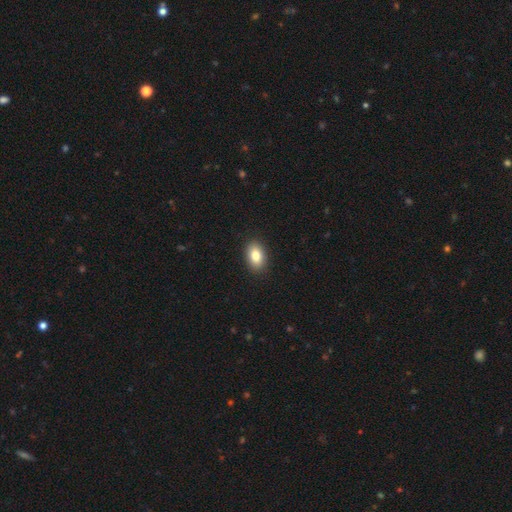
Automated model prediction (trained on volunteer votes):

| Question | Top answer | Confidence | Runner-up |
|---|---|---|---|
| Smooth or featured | smooth | 83% | featured or disk (9%) |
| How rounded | in between | 88% | round (10%) |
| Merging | none | 90% | minor disturbance (7%) |